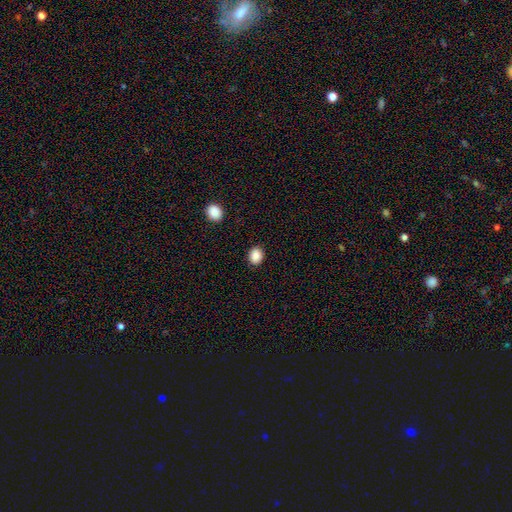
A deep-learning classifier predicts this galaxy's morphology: Overall: smooth (88%). How rounded: round (52%; in between 47%). Merging: none (89%).